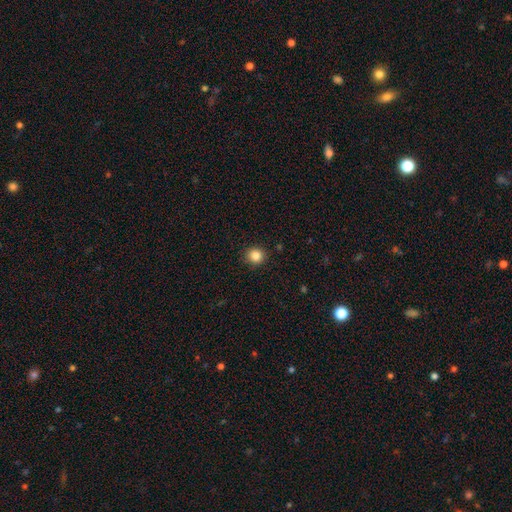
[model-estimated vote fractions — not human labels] Smooth or featured? smooth (85%)
How rounded? round (89%)
Merging? none (90%)